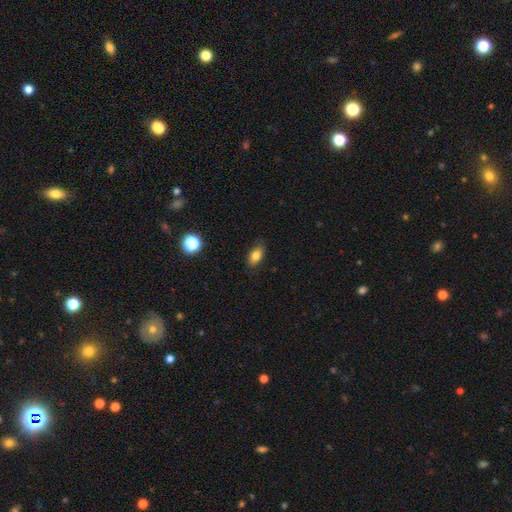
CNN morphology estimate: Smooth or featured?
  - smooth: 80% *
  - featured or disk: 10%
  - star or artifact: 10%
How rounded?
  - in between: 87% *
  - round: 9%
  - cigar-shaped: 4%
Merging?
  - none: 84% *
  - minor disturbance: 12%
  - major disturbance: 2%
  - merger: 1%